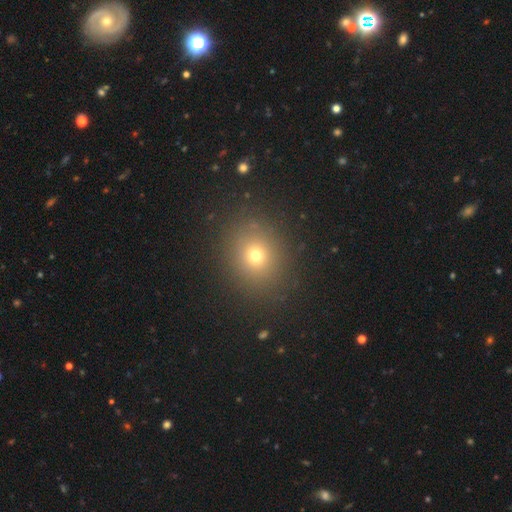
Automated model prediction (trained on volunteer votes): Morphology: type=smooth (69%); roundness=round (69%); merging=none (86%).